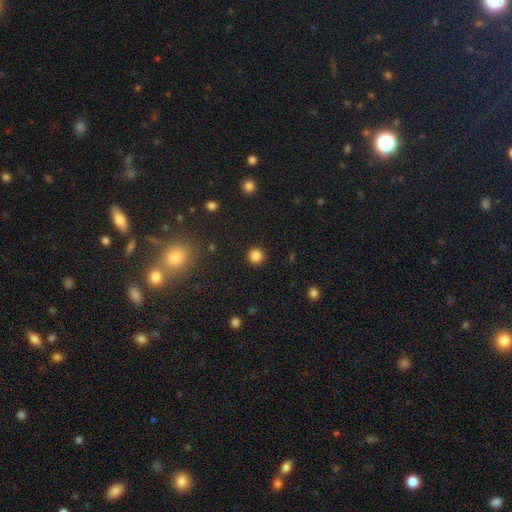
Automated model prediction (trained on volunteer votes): Smooth or featured? smooth (84%)
How rounded? round (95%)
Merging? none (92%)